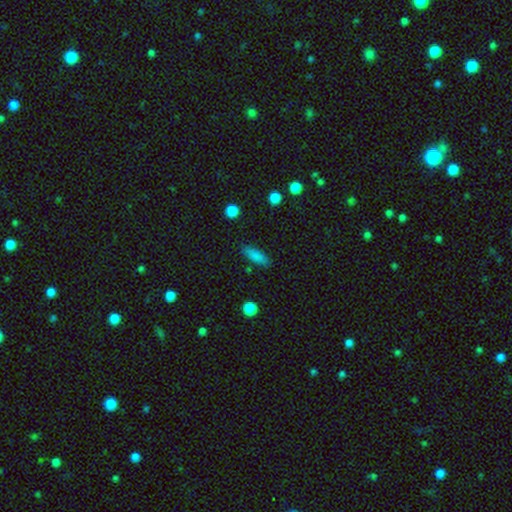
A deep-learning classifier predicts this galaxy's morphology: Smooth or featured: smooth — 84% (featured or disk — 8%)
How rounded: in between — 54% (cigar-shaped — 43%)
Merging: none — 84% (minor disturbance — 11%)